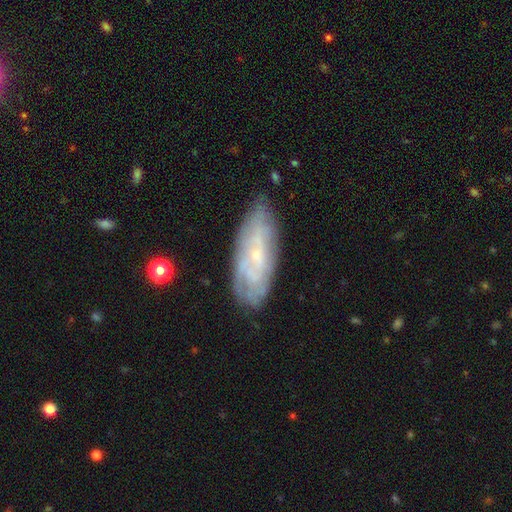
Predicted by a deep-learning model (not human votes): smooth-or-featured: featured or disk: 64% | smooth: 28% | star or artifact: 7%
  disk-edge-on: no: 84% | yes: 16%
    bar: no: 69% | weak: 25% | strong: 6%
    has-spiral-arms: yes: 69% | no: 31%
    bulge-size: small: 78% | moderate: 15% | none: 5% | large: 1% | dominant: 1%
  merging: none: 74% | minor disturbance: 19% | major disturbance: 5% | merger: 2%